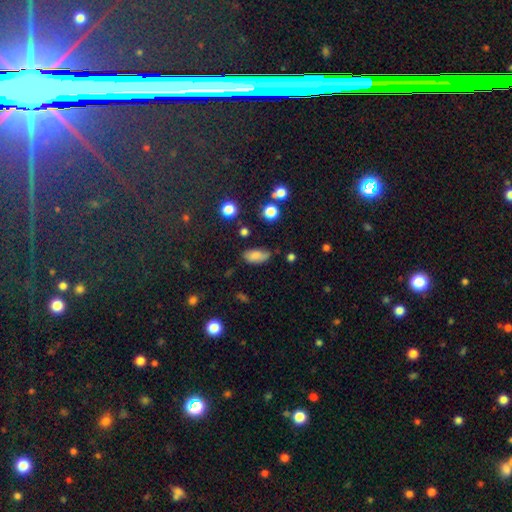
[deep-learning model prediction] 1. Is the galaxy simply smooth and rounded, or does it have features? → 81% smooth, 10% star or artifact, 9% featured or disk.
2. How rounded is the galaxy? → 90% in between, 5% cigar-shaped, 4% round.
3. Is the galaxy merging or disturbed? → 65% none, 25% minor disturbance, 6% major disturbance, 3% merger.